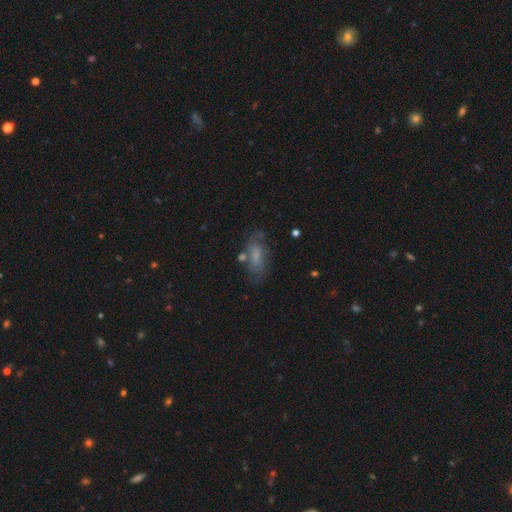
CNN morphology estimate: A smooth galaxy with no disk features (51%) that is in between round and cigar-shaped (80%). Merging: none (59%).